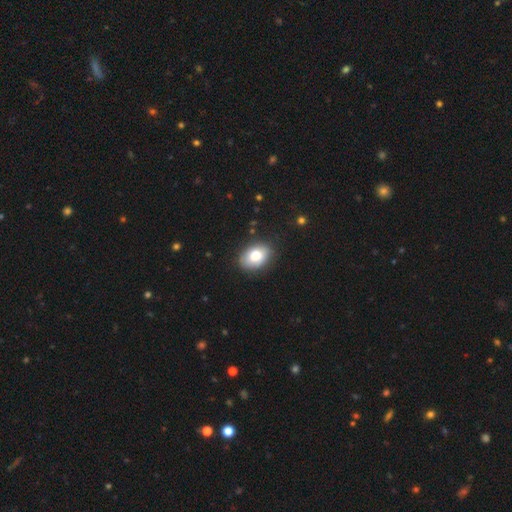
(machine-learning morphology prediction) Q: Smooth or featured?
A: smooth (79%); runner-up: featured or disk (14%)
Q: How rounded?
A: in between (79%); runner-up: round (20%)
Q: Merging?
A: none (84%); runner-up: minor disturbance (12%)